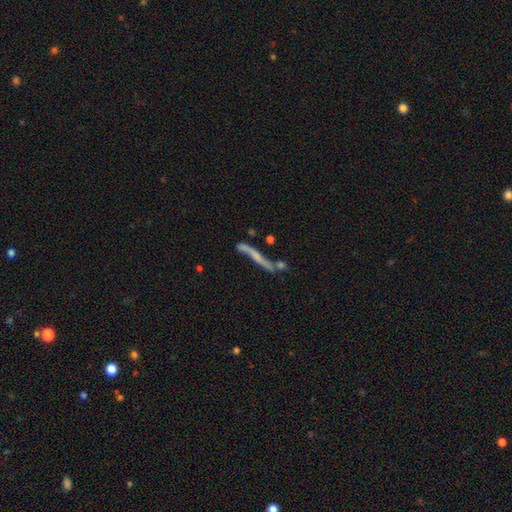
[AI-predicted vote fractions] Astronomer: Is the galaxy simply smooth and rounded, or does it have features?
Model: featured or disk — 56% (runner-up: smooth, 34%).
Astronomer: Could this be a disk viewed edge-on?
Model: yes — 78%.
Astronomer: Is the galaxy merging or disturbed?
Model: none — 51%.